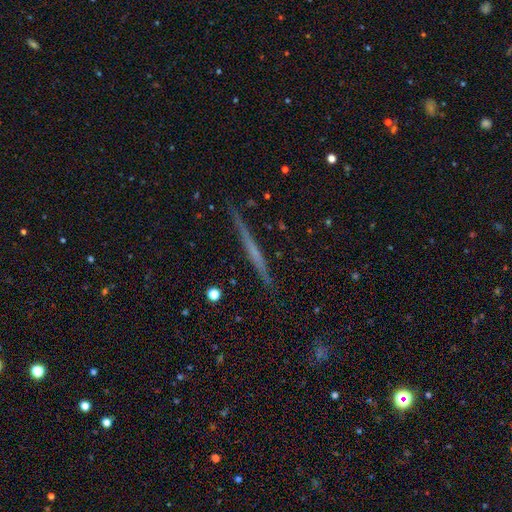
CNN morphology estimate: Q: Smooth or featured?
A: featured or disk (58%); runner-up: smooth (32%)
Q: Edge-on disk?
A: yes (97%); runner-up: no (3%)
Q: Edge-on bulge?
A: none (77%); runner-up: rounded (17%)
Q: Merging?
A: none (91%); runner-up: minor disturbance (6%)